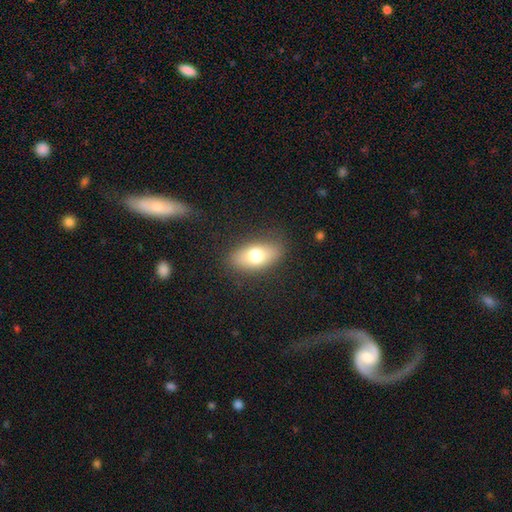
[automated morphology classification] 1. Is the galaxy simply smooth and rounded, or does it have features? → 72% smooth, 20% featured or disk, 8% star or artifact.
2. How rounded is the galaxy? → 88% in between, 7% round, 5% cigar-shaped.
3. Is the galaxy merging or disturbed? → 83% none, 12% minor disturbance, 4% major disturbance, 1% merger.